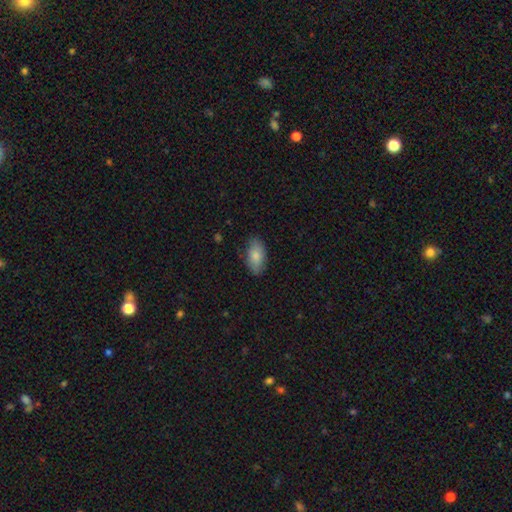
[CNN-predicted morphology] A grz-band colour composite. It shows a smooth galaxy with no disk features (82%) that is in between round and cigar-shaped (93%). Merging: none (81%).